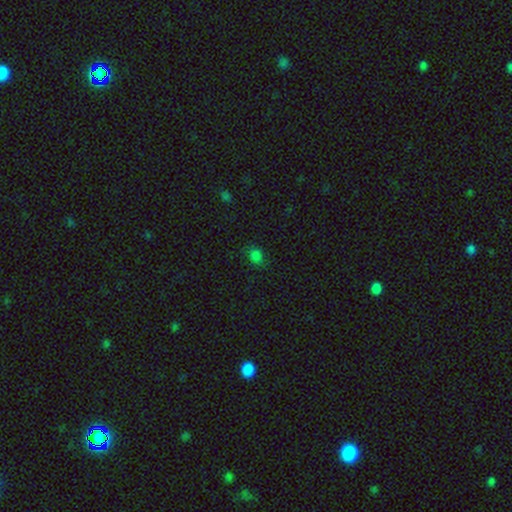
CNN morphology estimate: This appears to be a smooth galaxy with no disk features (77%) that is round (53%). Merging: none (74%).